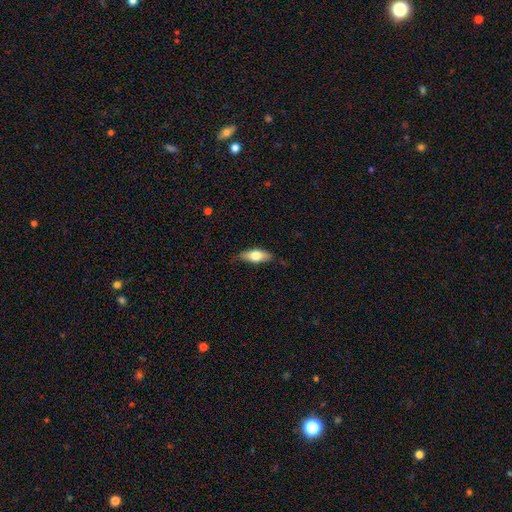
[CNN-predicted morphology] This appears to be a smooth galaxy with no disk features (67%) that is in between round and cigar-shaped (74%). Merging: none (76%).